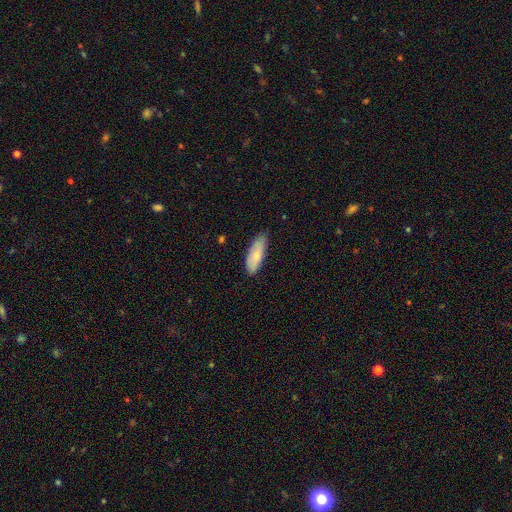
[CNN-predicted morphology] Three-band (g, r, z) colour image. It shows a smooth galaxy with no disk features (75%) that is in between round and cigar-shaped (65%). Merging: none (78%).